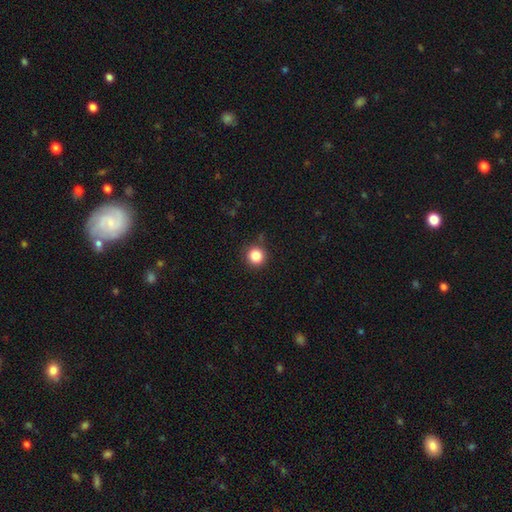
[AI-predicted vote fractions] A smooth galaxy with no disk features (86%) that is round (93%). Merging: none (86%).